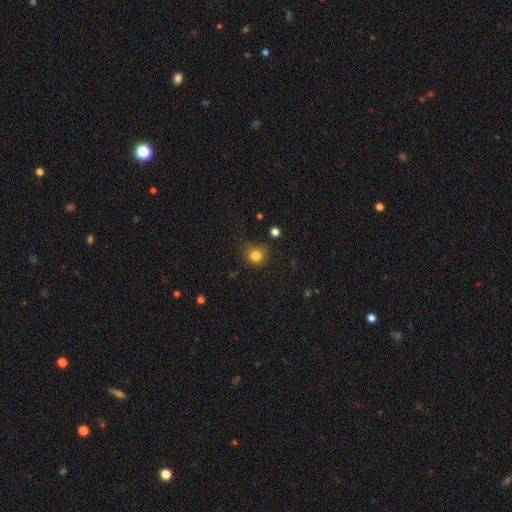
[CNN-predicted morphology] This is clearly a smooth galaxy (82%). How rounded: clearly round (86%). Merging: likely none (71%).